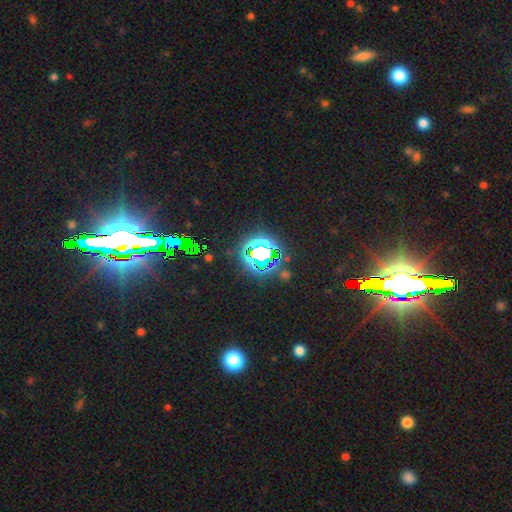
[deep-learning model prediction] Q: Smooth or featured?
A: star or artifact (75%); runner-up: smooth (15%)